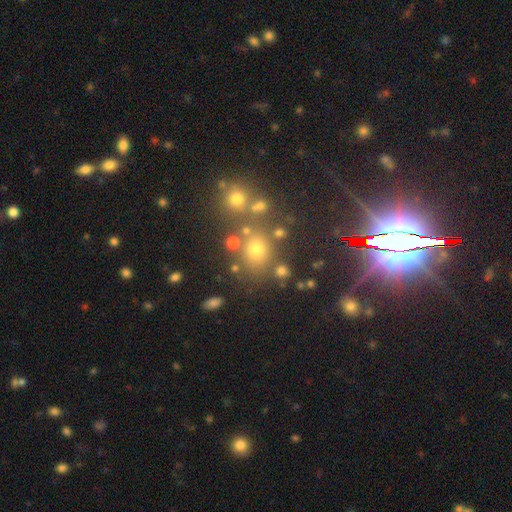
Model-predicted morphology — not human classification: Overall: smooth (70%). How rounded: round (68%; in between 30%). Merging: none (70%).